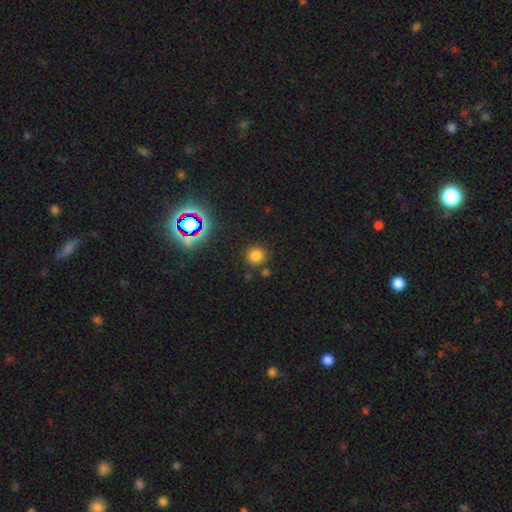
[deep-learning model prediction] The model was most divided on "smooth or featured": smooth: 75%, star or artifact: 19%, featured or disk: 6%. More confident: how rounded — round (92%); merging — none (83%).